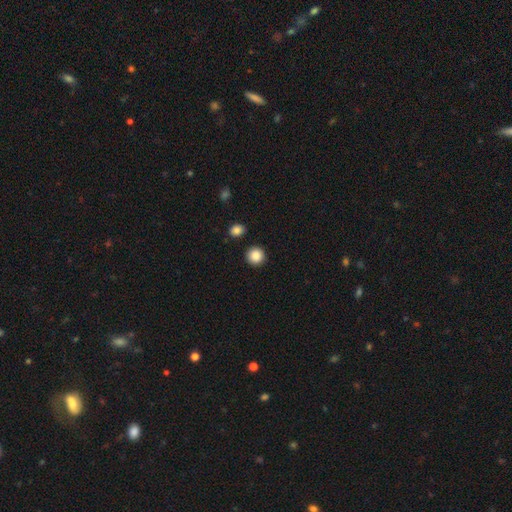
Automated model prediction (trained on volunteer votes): This is clearly a smooth galaxy (88%). How rounded: clearly round (94%). Merging: clearly none (91%).